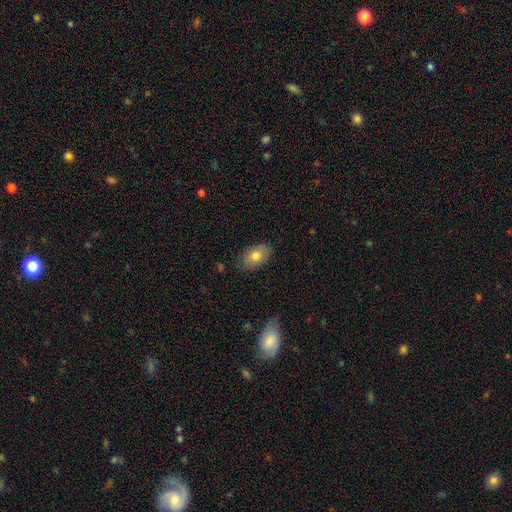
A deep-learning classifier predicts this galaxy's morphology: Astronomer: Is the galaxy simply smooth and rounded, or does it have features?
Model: smooth — 77%.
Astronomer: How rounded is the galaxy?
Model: in between — 90%.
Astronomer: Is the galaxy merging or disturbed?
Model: none — 79%.